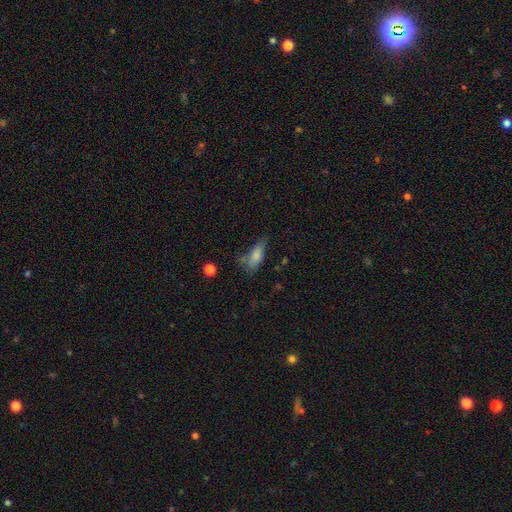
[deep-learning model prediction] Smooth or featured?
  - smooth: 76% *
  - featured or disk: 15%
  - star or artifact: 10%
How rounded?
  - in between: 74% *
  - cigar-shaped: 23%
  - round: 3%
Merging?
  - none: 41% *
  - minor disturbance: 32%
  - major disturbance: 18%
  - merger: 8%